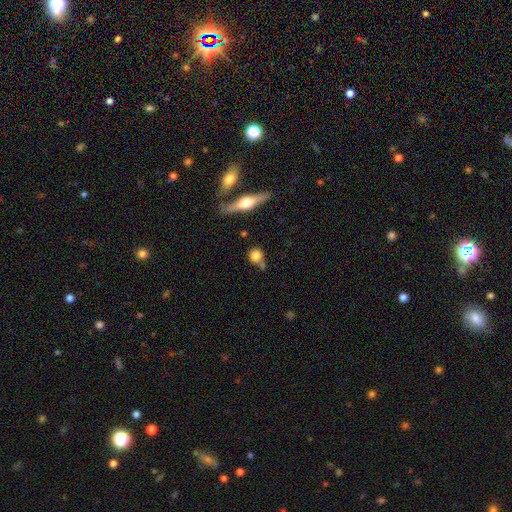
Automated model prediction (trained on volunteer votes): The model was most divided on "merging": none: 60%, merger: 19%, minor disturbance: 16%, major disturbance: 5%. More confident: how rounded — round (81%); smooth or featured — smooth (77%).